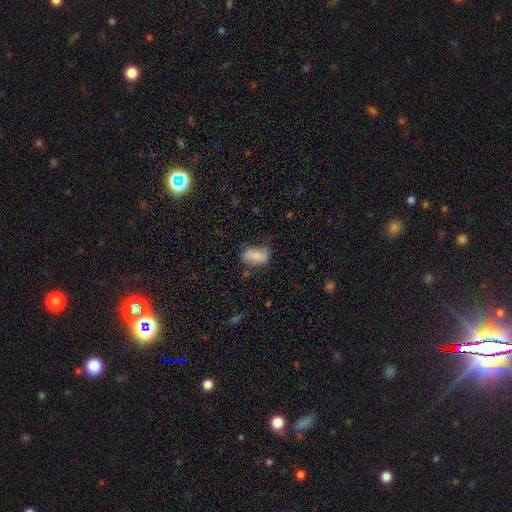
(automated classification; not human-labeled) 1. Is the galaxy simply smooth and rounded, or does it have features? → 71% smooth, 21% featured or disk, 8% star or artifact.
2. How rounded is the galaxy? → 87% in between, 10% round, 3% cigar-shaped.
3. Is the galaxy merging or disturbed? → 67% none, 23% minor disturbance, 6% major disturbance, 4% merger.